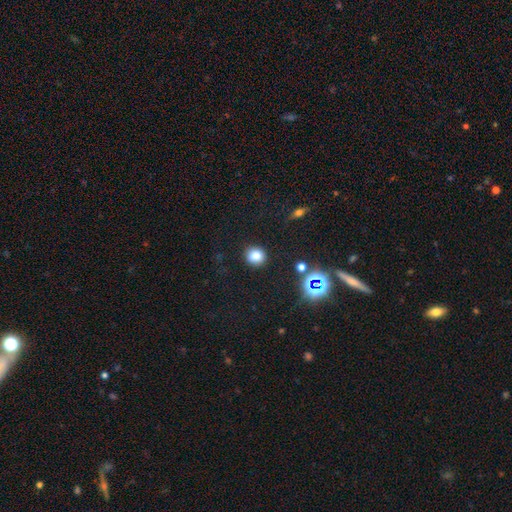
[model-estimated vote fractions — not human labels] This appears to be a smooth galaxy with no disk features (77%) that is round (84%). Merging: none (87%).